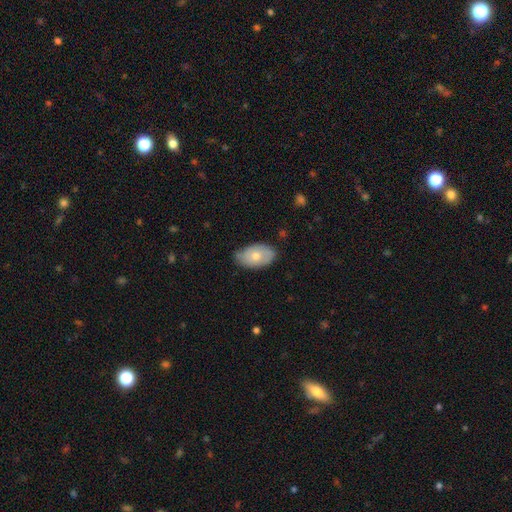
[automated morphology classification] Smooth or featured? Predicted: smooth (p=0.65). How rounded? Predicted: in between (p=0.93). Merging? Predicted: none (p=0.67).